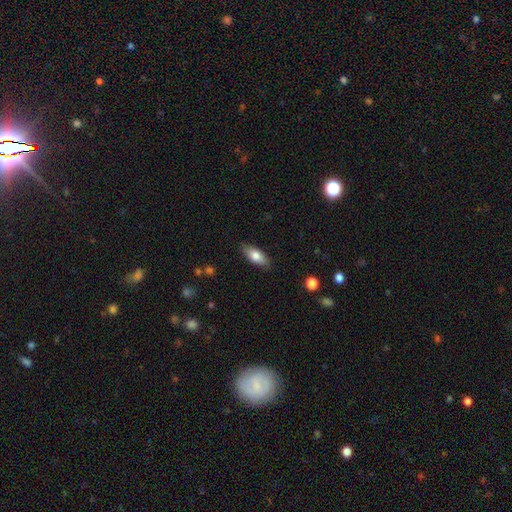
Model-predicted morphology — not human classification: This appears to be a smooth galaxy with no disk features (77%) that is in between round and cigar-shaped (82%). Merging: none (85%).